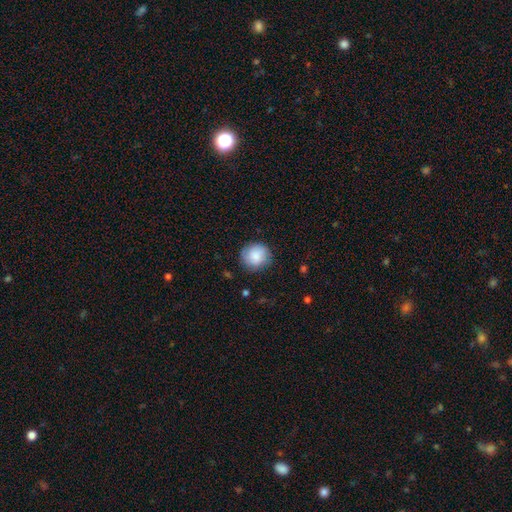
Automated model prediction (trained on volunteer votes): This is clearly a smooth galaxy (85%). How rounded: clearly round (87%). Merging: clearly none (82%).